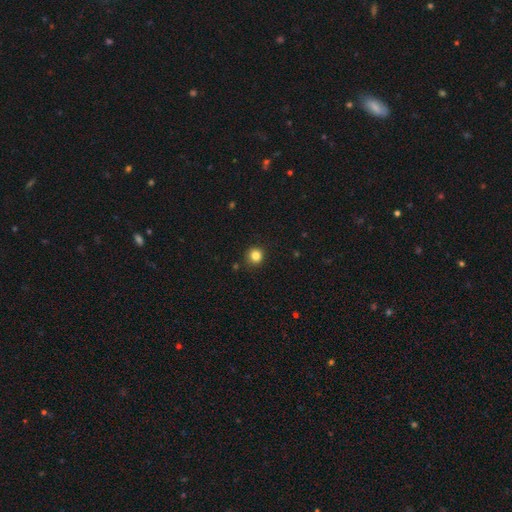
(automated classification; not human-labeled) The model was most divided on "smooth or featured": smooth: 84%, star or artifact: 12%, featured or disk: 4%. More confident: how rounded — round (93%); merging — none (90%).